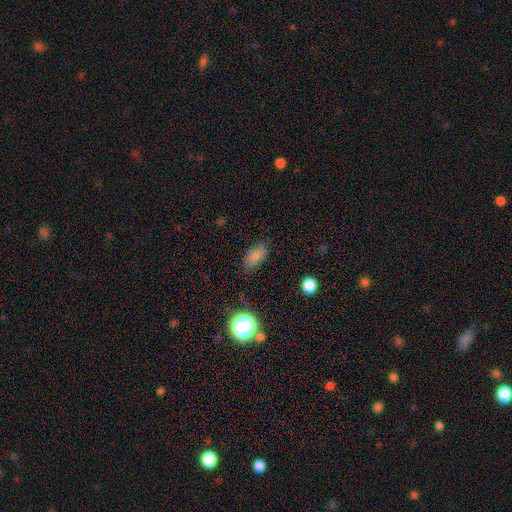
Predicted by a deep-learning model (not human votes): smooth-or-featured: smooth: 80% | star or artifact: 13% | featured or disk: 8%
  how-rounded: in between: 88% | round: 7% | cigar-shaped: 5%
  merging: none: 78% | minor disturbance: 16% | major disturbance: 4% | merger: 2%